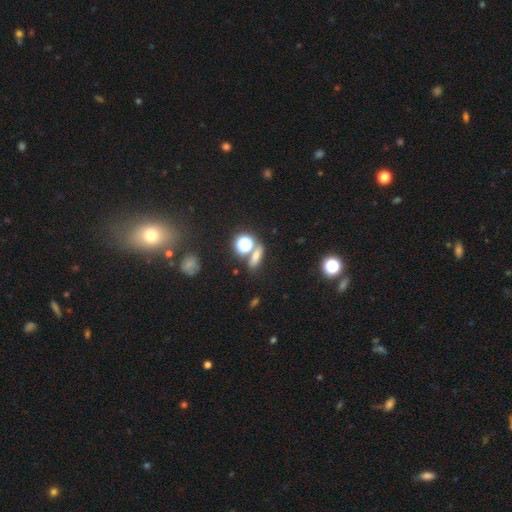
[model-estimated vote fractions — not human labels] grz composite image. It shows a smooth galaxy with no disk features (56%) that is cigar-shaped (36%). Merging: none (69%).